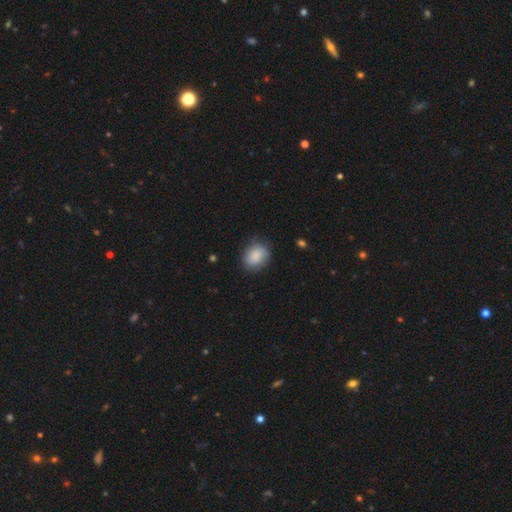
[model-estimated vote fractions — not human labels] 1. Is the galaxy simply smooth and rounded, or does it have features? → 85% smooth, 8% featured or disk, 7% star or artifact.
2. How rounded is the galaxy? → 53% in between, 46% round, 1% cigar-shaped.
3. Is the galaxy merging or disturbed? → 76% none, 18% minor disturbance, 5% major disturbance, 1% merger.